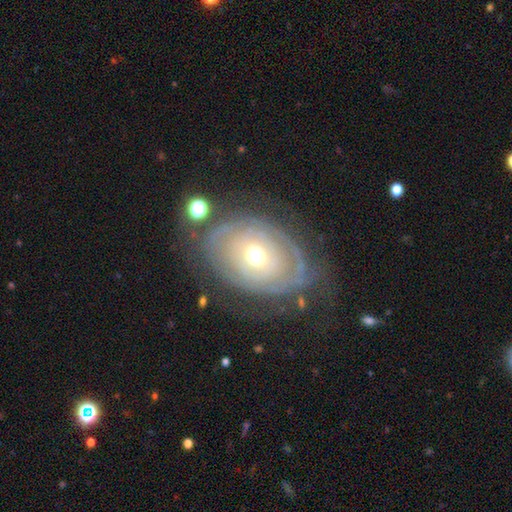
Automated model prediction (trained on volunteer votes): This appears to be a featured or disk galaxy (73%) with no bar (83%), spiral arms (67%) and a moderate central bulge (61%). Merging: none (64%).